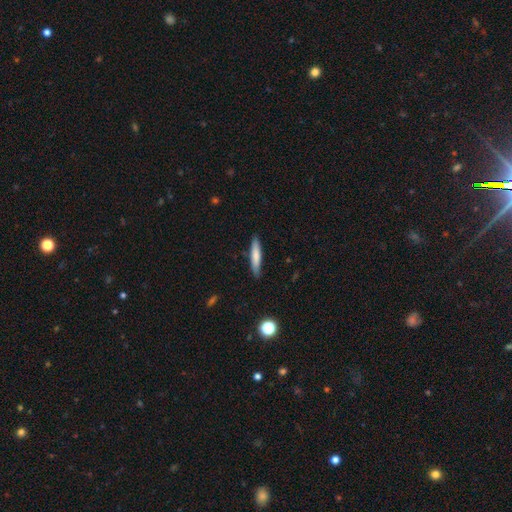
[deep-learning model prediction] Overall: smooth (75%). How rounded: cigar-shaped (88%). Merging: none (86%).